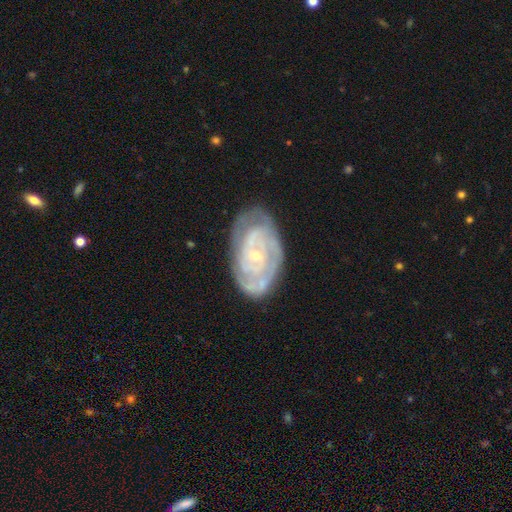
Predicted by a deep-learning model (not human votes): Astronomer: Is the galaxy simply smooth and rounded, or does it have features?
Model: featured or disk — 82%.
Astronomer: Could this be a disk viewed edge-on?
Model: no — 96%.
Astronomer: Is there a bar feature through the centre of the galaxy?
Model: no — 69%.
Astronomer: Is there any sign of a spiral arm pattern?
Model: yes — 90%.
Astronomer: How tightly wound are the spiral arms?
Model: tight — 72%.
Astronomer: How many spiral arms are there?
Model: can't tell — 38% (runner-up: 2, 31%).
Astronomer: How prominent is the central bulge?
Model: small — 75%.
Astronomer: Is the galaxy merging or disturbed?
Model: none — 71%.